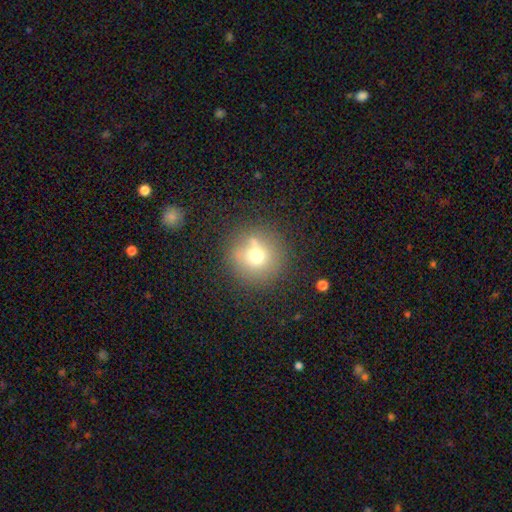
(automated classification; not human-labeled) Smooth or featured? smooth (68%)
How rounded? round (94%)
Merging? none (77%)